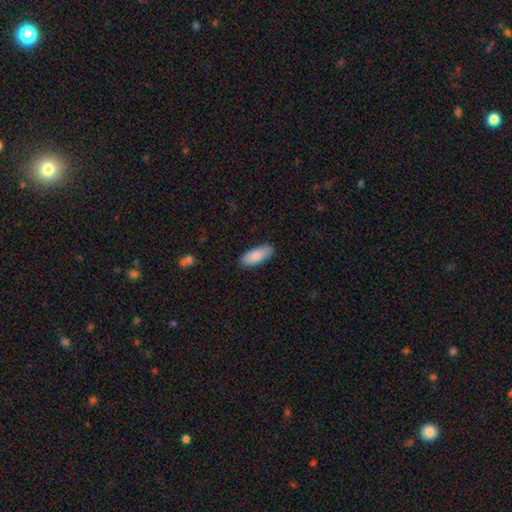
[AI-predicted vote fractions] Smooth or featured? smooth (86%)
How rounded? in between (80%)
Merging? none (84%)